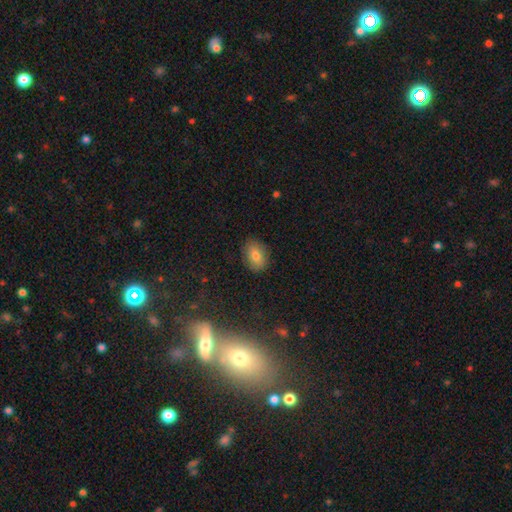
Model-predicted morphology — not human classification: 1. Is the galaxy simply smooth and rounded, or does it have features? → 76% smooth, 14% featured or disk, 10% star or artifact.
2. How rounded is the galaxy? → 77% in between, 21% round, 2% cigar-shaped.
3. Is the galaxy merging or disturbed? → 87% none, 10% minor disturbance, 2% major disturbance, 1% merger.